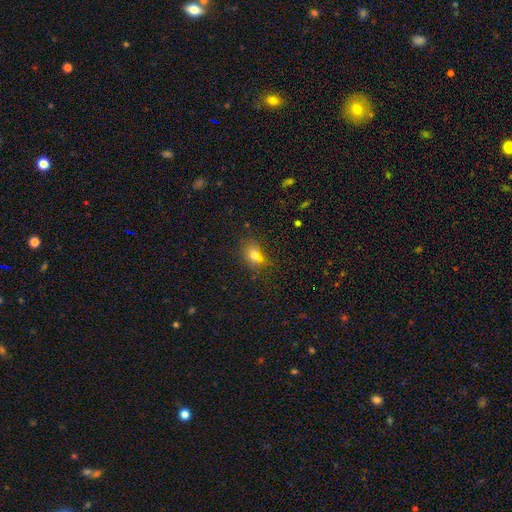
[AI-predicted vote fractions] Q: Smooth or featured?
A: smooth (71%); runner-up: star or artifact (18%)
Q: How rounded?
A: in between (51%); runner-up: round (47%)
Q: Merging?
A: none (60%); runner-up: minor disturbance (18%)